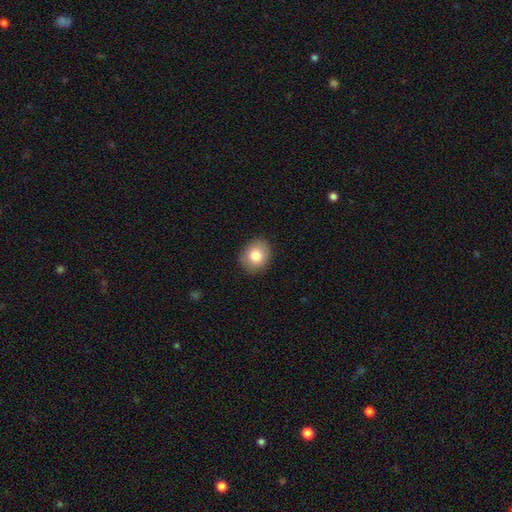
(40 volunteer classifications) Smooth or featured? smooth (92%)
How rounded? round (76%)
Merging? none (97%)